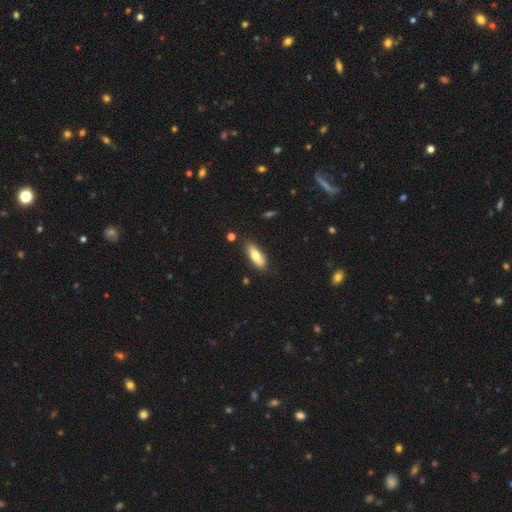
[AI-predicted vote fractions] Smooth or featured? smooth (71%)
How rounded? in between (67%)
Merging? none (82%)